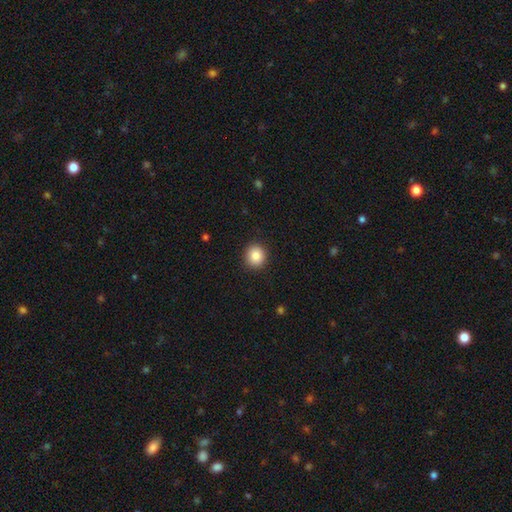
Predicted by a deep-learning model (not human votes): Smooth or featured? Predicted: smooth (p=0.86). How rounded? Predicted: round (p=0.88). Merging? Predicted: none (p=0.91).